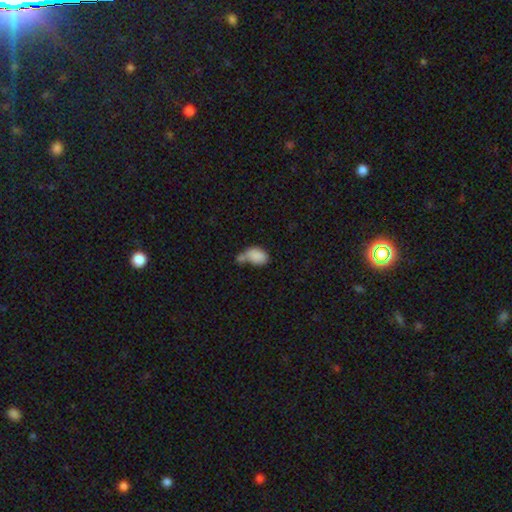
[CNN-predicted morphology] type=smooth (84%); roundness=in between (87%); merging=merger (46%).